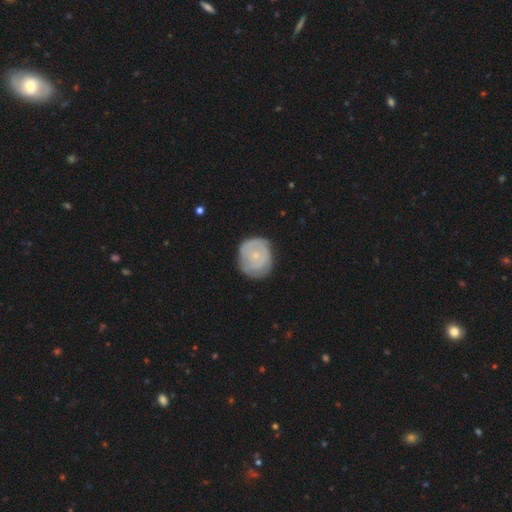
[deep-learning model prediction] The model was most divided on "smooth or featured": featured or disk: 53%, smooth: 41%, star or artifact: 6%. More confident: edge-on disk — no (97%); bar — no (84%); bulge size — small (80%); merging — none (72%); spiral arms — yes (69%).